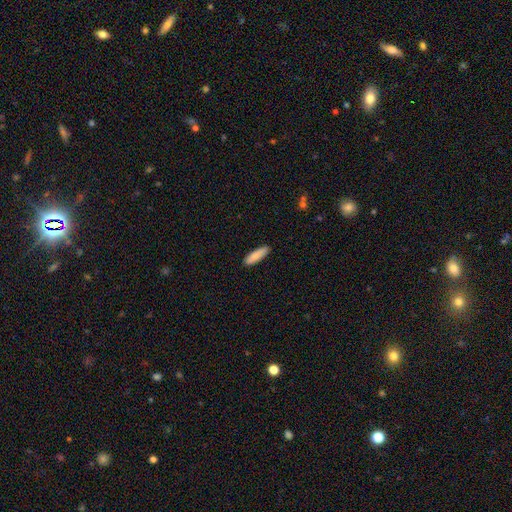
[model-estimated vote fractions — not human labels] Smooth or featured? smooth (86%)
How rounded? cigar-shaped (65%)
Merging? none (88%)